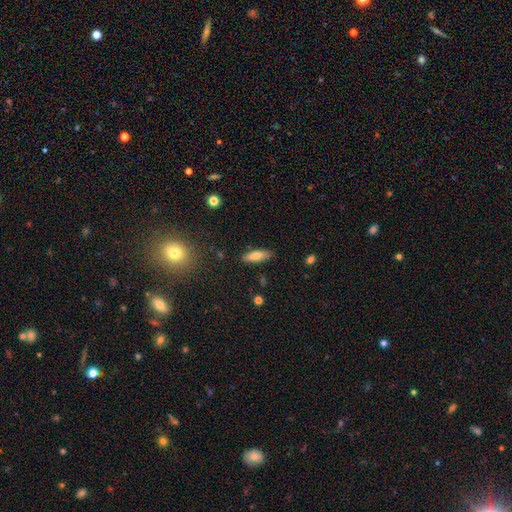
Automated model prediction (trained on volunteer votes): Smooth or featured?
  - smooth: 75% *
  - featured or disk: 17%
  - star or artifact: 8%
How rounded?
  - in between: 61% *
  - cigar-shaped: 37%
  - round: 2%
Merging?
  - none: 86% *
  - minor disturbance: 10%
  - major disturbance: 2%
  - merger: 2%